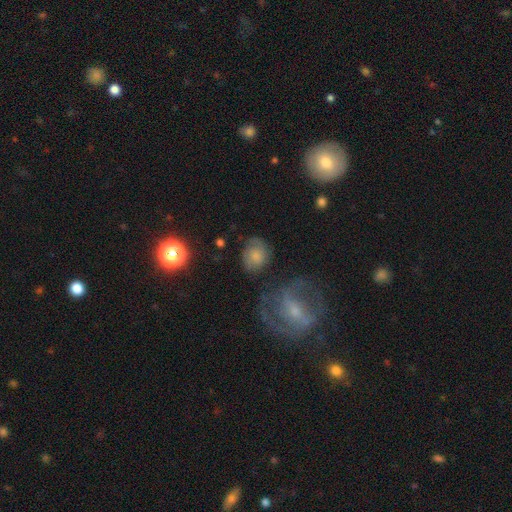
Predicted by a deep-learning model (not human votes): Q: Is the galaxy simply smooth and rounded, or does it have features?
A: smooth — 64%.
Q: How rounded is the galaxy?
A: round — 59%.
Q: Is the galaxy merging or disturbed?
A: none — 63%.